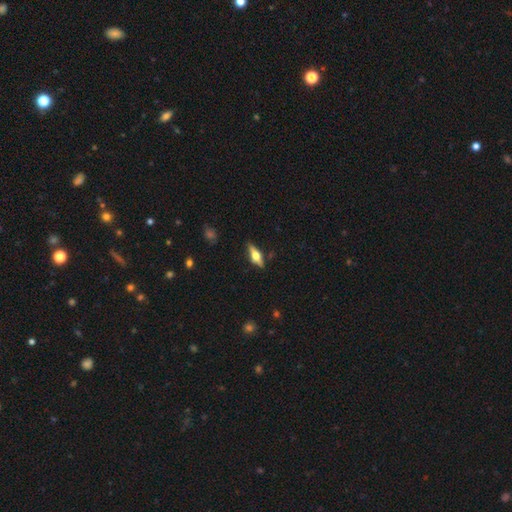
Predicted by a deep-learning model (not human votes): Q: Smooth or featured?
A: featured or disk (59%); runner-up: smooth (34%)
Q: Edge-on disk?
A: yes (94%); runner-up: no (6%)
Q: Edge-on bulge?
A: rounded (93%); runner-up: boxy (5%)
Q: Merging?
A: none (85%); runner-up: minor disturbance (11%)